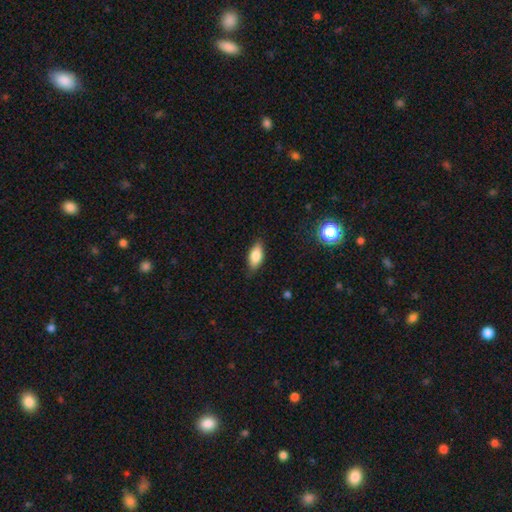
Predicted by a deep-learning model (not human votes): Smooth or featured? smooth (80%)
How rounded? in between (86%)
Merging? none (82%)